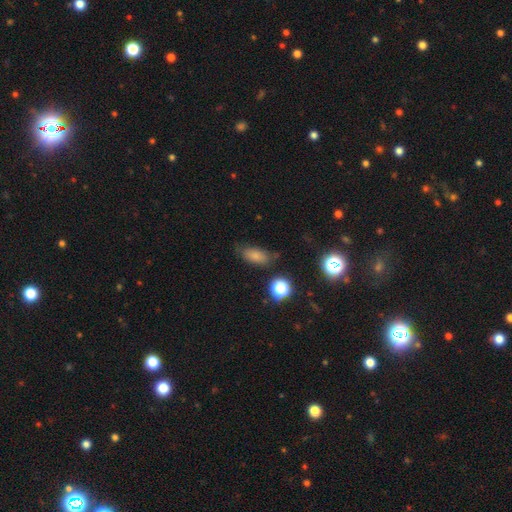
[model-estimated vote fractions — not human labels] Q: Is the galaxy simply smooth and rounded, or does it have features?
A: smooth — 77%.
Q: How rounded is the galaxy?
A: in between — 82%.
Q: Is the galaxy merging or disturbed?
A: none — 70%.